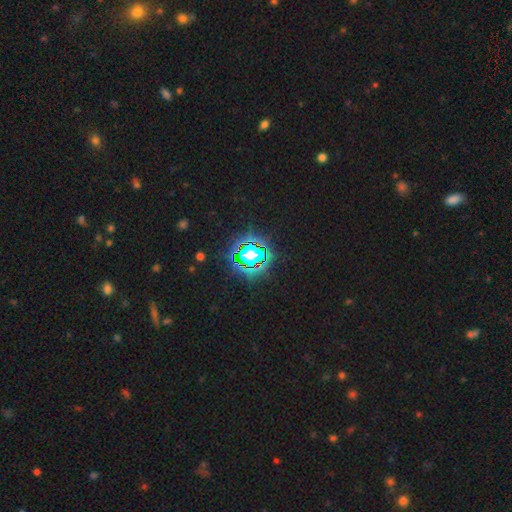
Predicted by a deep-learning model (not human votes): This is likely a star or artifact rather than a galaxy (80%).